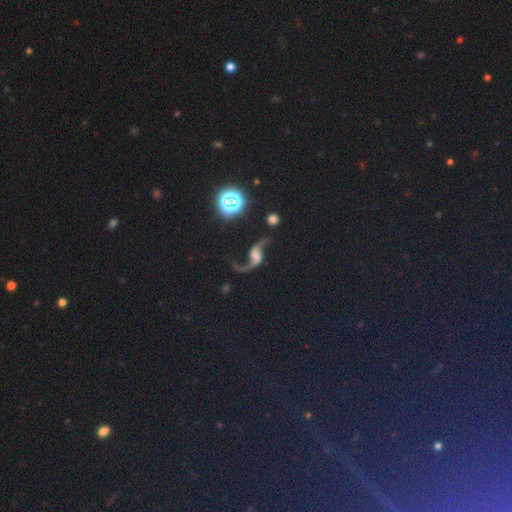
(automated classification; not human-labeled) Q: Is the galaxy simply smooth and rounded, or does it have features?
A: featured or disk — 86%.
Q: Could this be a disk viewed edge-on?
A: no — 96%.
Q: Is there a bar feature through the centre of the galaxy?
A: no — 47%.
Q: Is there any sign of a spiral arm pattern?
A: yes — 97%.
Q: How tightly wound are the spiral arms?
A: loose — 93%.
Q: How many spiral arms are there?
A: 2 — 93%.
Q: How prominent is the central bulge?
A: none — 32%.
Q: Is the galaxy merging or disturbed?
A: none — 71%.